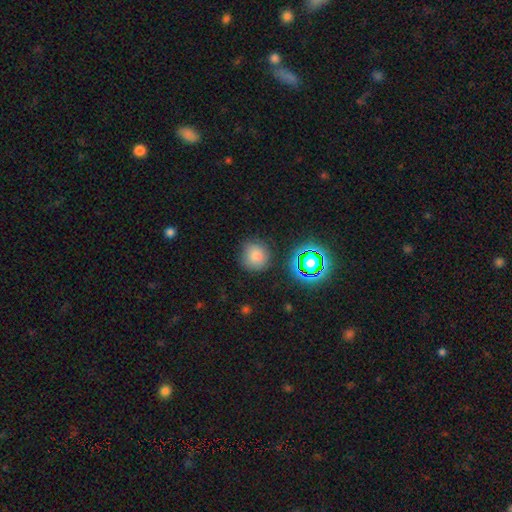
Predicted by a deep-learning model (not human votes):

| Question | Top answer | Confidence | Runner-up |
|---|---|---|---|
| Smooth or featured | smooth | 76% | star or artifact (17%) |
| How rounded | round | 91% | in between (8%) |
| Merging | none | 83% | minor disturbance (12%) |